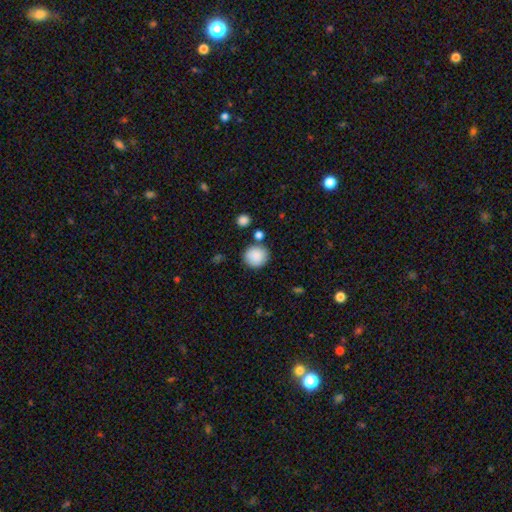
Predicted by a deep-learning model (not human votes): smooth 87%, star or artifact 8%, featured or disk 4%. Down the decision tree: how rounded — round (90%); merging — none (80%).